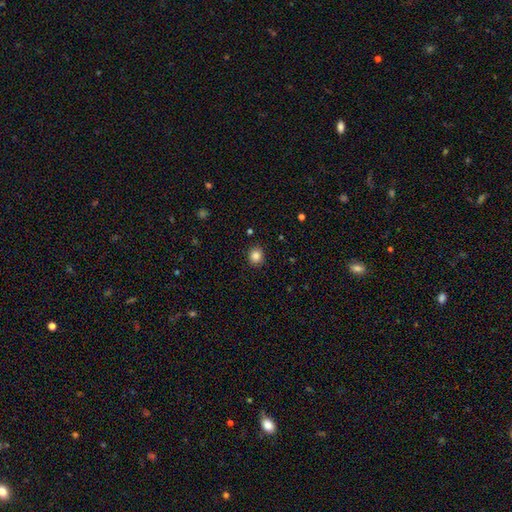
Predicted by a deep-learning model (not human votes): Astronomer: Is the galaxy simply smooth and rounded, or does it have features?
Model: smooth — 85%.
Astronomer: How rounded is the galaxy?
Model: round — 80%.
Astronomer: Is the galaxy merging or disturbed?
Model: none — 90%.